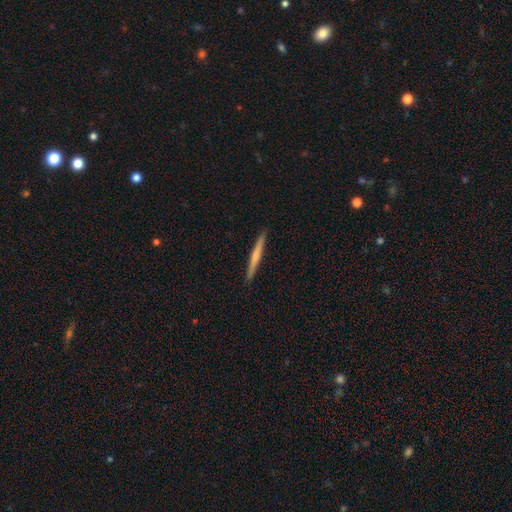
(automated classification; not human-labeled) The model was most divided on "smooth or featured": smooth: 48%, featured or disk: 47%, star or artifact: 5%. More confident: merging — none (92%).